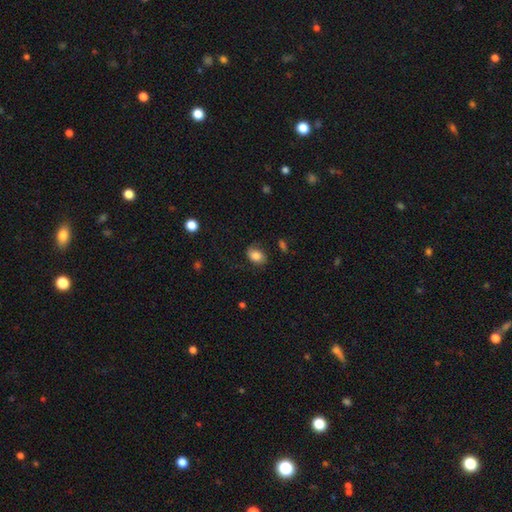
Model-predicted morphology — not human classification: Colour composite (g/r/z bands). It shows a smooth galaxy with no disk features (79%) that is in between round and cigar-shaped (78%). Merging: none (69%).